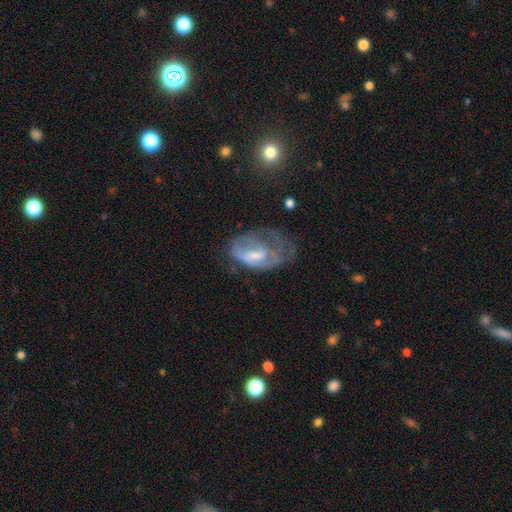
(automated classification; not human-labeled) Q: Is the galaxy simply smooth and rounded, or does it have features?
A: featured or disk — 56%.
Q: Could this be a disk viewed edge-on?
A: no — 94%.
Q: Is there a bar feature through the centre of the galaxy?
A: no — 45%.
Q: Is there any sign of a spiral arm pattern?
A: no — 53%.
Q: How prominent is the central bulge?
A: moderate — 41%.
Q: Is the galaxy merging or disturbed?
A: major disturbance — 41%.